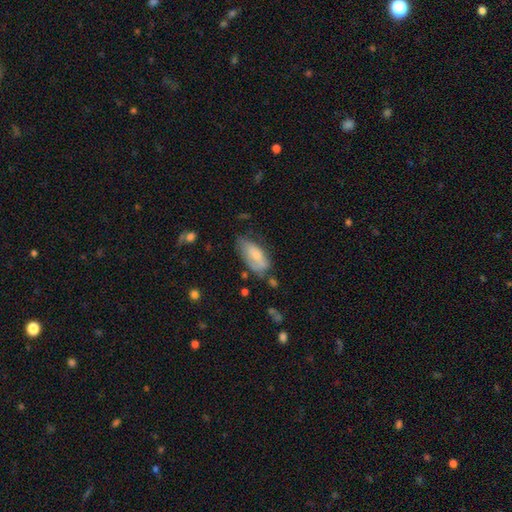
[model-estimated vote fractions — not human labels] Morphology: type=smooth (71%); roundness=in between (86%); merging=none (44%).